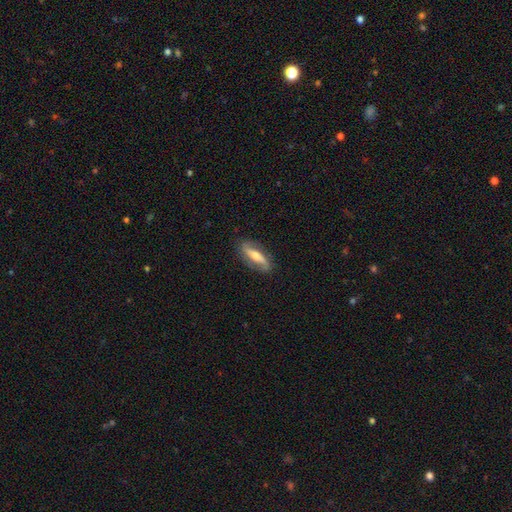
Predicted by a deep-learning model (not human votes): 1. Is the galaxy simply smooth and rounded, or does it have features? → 72% featured or disk, 22% smooth, 6% star or artifact.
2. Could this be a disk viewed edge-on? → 74% no, 26% yes.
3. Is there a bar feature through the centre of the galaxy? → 48% strong, 26% no, 26% weak.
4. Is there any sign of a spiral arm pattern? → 84% yes, 16% no.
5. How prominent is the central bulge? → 64% moderate, 25% small, 8% large, 2% none, 2% dominant.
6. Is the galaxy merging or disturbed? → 83% none, 12% minor disturbance, 3% major disturbance, 1% merger.